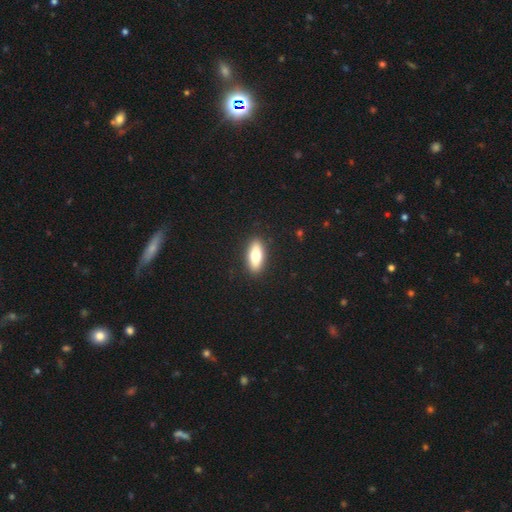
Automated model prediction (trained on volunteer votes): Smooth or featured? smooth (73%)
How rounded? in between (74%)
Merging? none (90%)